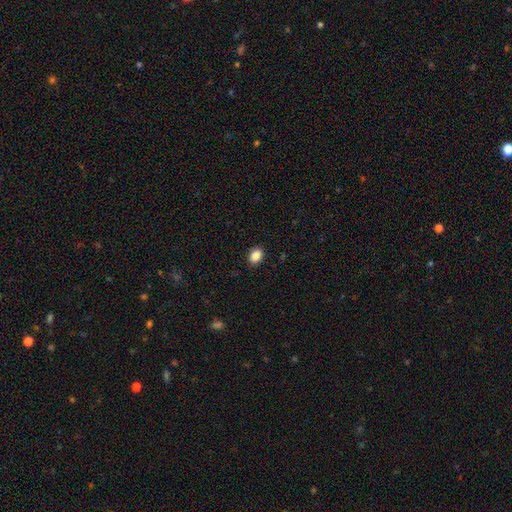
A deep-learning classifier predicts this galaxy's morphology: smooth 87%, star or artifact 9%, featured or disk 4%. Down the decision tree: how rounded — in between (71%); merging — none (90%).